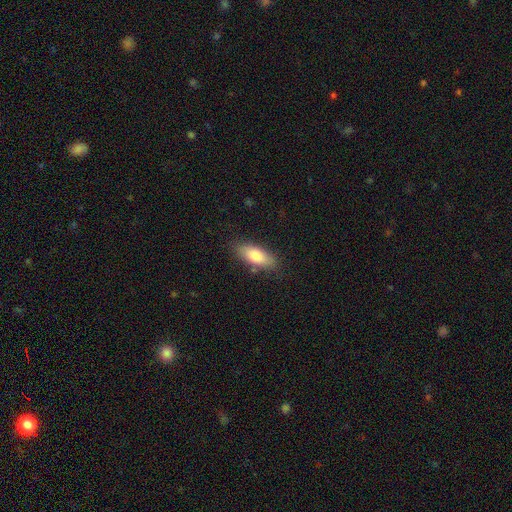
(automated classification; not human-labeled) This is likely a smooth galaxy (79%). How rounded: likely in between (78%). Merging: clearly none (81%).